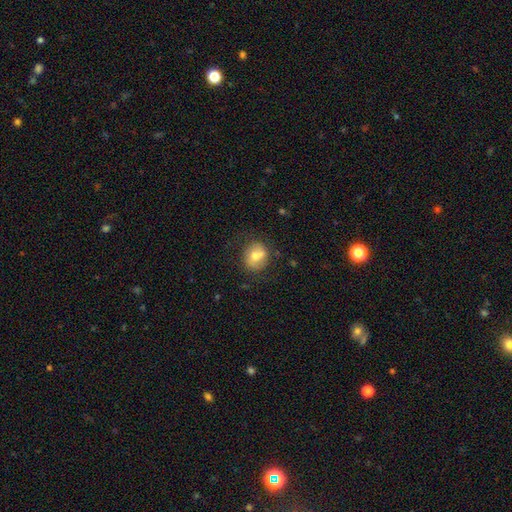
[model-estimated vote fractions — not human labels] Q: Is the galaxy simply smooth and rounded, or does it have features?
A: smooth — 63%.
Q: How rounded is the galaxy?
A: round — 69%.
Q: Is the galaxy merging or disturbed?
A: none — 68%.